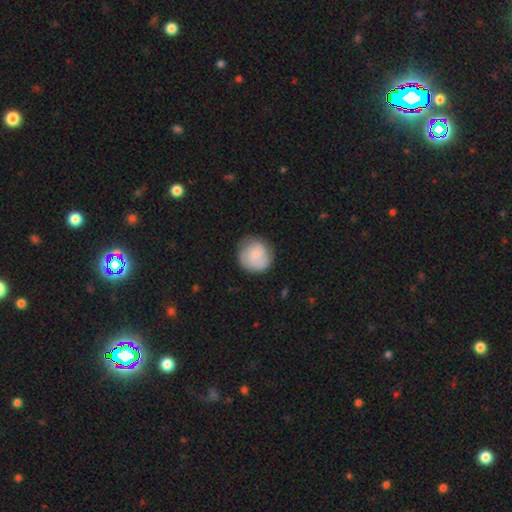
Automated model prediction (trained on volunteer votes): Smooth or featured?
  - smooth: 59% *
  - featured or disk: 35%
  - star or artifact: 6%
How rounded?
  - round: 89% *
  - in between: 10%
  - cigar-shaped: 1%
Merging?
  - none: 76% *
  - minor disturbance: 18%
  - major disturbance: 5%
  - merger: 1%